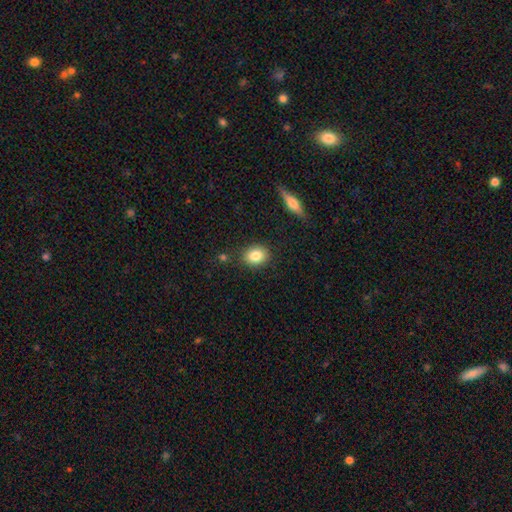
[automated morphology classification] A smooth galaxy with no disk features (83%) that is round (55%).

Vote fractions:
- Smooth or featured? smooth: 83% / star or artifact: 9% / featured or disk: 8%
- How rounded? round: 55% / in between: 44% / cigar-shaped: 2%
- Merging? none: 84% / minor disturbance: 10% / merger: 3% / major disturbance: 3%